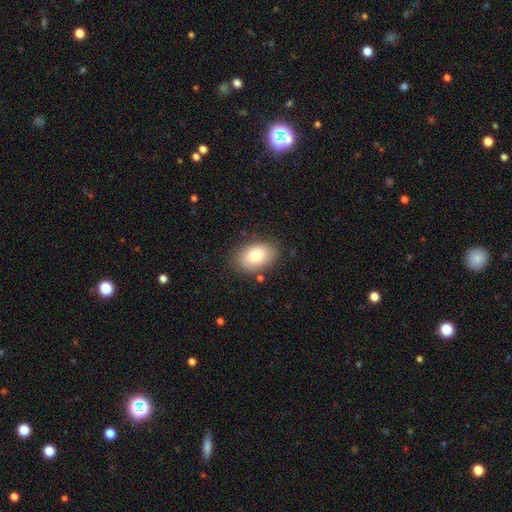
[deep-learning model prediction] This appears to be a smooth galaxy with no disk features (78%) that is in between round and cigar-shaped (86%). Merging: none (80%).